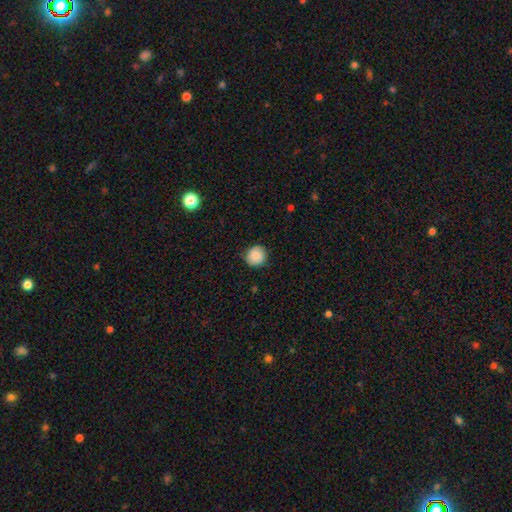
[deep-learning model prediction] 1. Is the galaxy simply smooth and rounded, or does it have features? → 88% smooth, 8% star or artifact, 4% featured or disk.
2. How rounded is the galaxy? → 92% round, 7% in between, 1% cigar-shaped.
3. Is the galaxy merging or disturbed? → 86% none, 10% minor disturbance, 2% major disturbance, 1% merger.